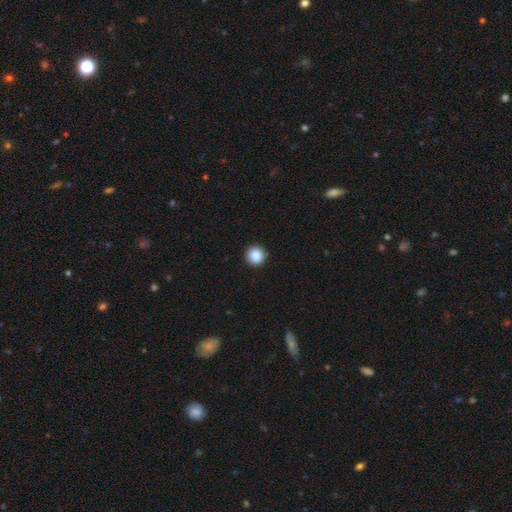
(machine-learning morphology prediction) A smooth galaxy with no disk features (87%) that is round (94%).

Vote fractions:
- Smooth or featured? smooth: 87% / star or artifact: 9% / featured or disk: 4%
- How rounded? round: 94% / in between: 5% / cigar-shaped: 1%
- Merging? none: 93% / minor disturbance: 5% / major disturbance: 1% / merger: 1%